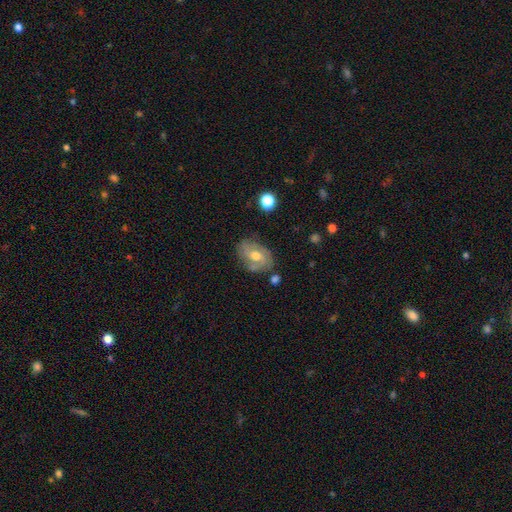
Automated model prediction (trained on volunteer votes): smooth-or-featured: featured or disk: 61% | smooth: 31% | star or artifact: 8%
  disk-edge-on: no: 95% | yes: 5%
    bar: no: 54% | weak: 37% | strong: 9%
    has-spiral-arms: yes: 78% | no: 22%
    bulge-size: moderate: 74% | small: 18% | large: 6% | none: 1% | dominant: 1%
  merging: none: 67% | minor disturbance: 21% | major disturbance: 6% | merger: 5%